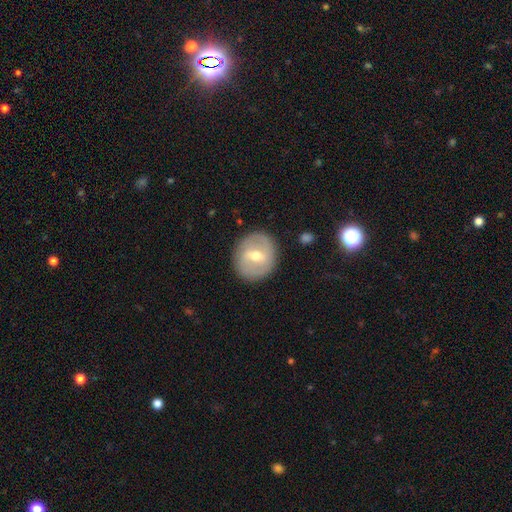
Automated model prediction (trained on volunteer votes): This appears to be a featured or disk galaxy (59%) with a weak bar (55%), spiral arms (57%) and a moderate central bulge (69%). Merging: none (86%).